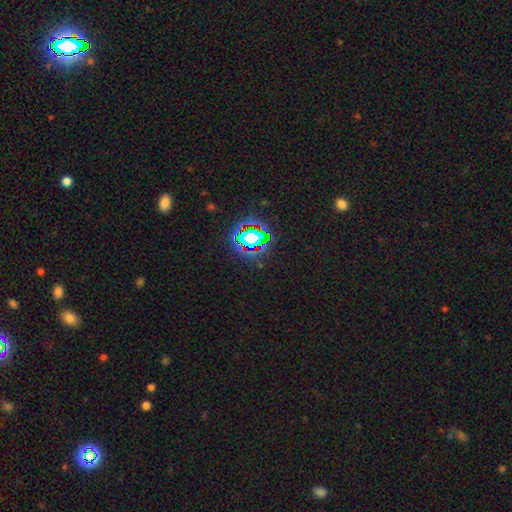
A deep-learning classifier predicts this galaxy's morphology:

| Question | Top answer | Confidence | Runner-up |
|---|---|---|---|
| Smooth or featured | star or artifact | 79% | smooth (14%) |